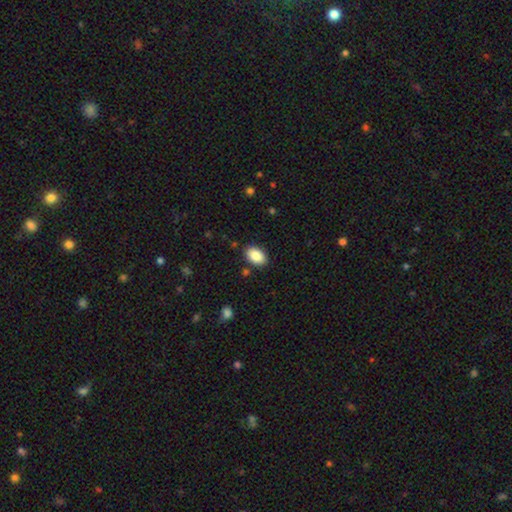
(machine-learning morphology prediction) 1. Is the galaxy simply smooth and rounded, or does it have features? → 88% smooth, 7% star or artifact, 5% featured or disk.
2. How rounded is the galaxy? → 90% in between, 9% round, 1% cigar-shaped.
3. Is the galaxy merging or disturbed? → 87% none, 9% minor disturbance, 2% major disturbance, 2% merger.